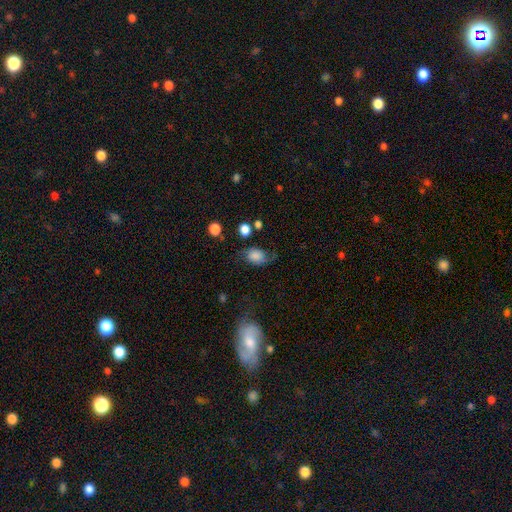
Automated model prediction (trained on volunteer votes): Smooth or featured: smooth — 65% (featured or disk — 24%)
How rounded: in between — 67% (round — 32%)
Merging: none — 50% (minor disturbance — 28%)